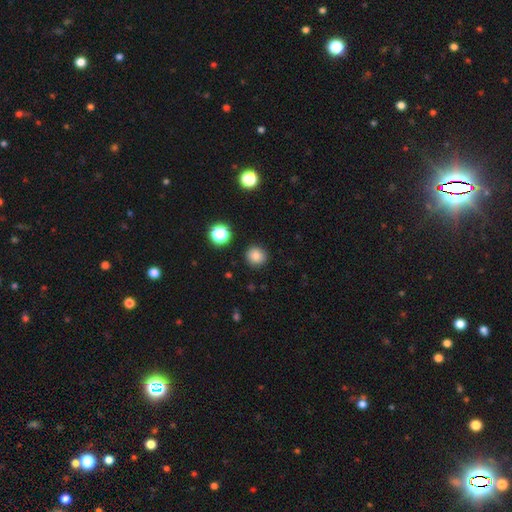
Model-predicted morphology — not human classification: smooth 82%, star or artifact 13%, featured or disk 5%. Down the decision tree: how rounded — round (93%); merging — none (90%).